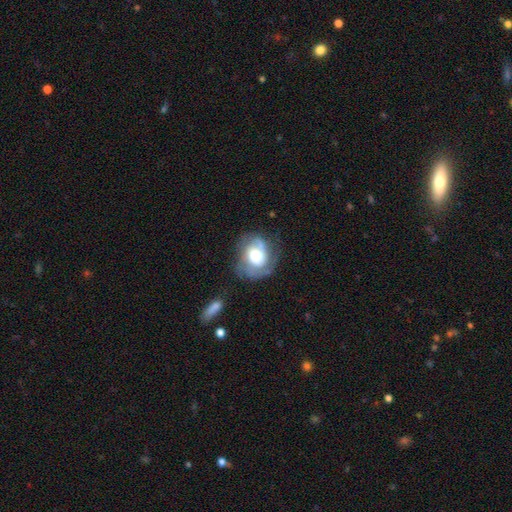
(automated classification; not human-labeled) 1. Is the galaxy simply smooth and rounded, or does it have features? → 66% featured or disk, 27% smooth, 7% star or artifact.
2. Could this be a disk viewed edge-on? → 97% no, 3% yes.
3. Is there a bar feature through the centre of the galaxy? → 66% no, 27% weak, 7% strong.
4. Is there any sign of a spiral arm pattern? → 83% yes, 17% no.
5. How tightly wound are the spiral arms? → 46% tight, 38% medium, 16% loose.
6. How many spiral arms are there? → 48% 2, 24% can't tell, 13% 1, 9% 3, 3% 4, 3% more than 4.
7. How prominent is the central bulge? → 50% large, 35% moderate, 8% dominant, 5% small, 2% none.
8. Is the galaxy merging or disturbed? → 56% none, 25% minor disturbance, 17% major disturbance, 3% merger.